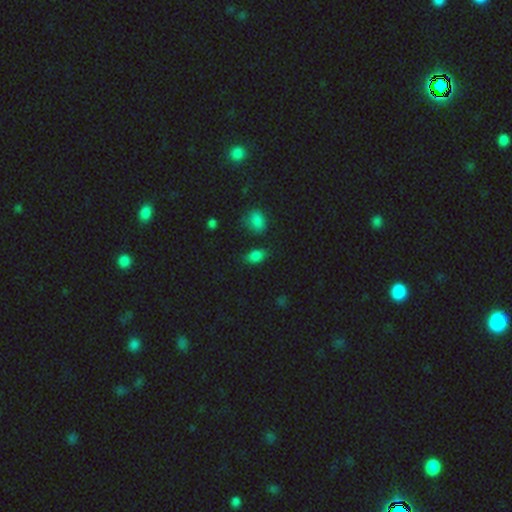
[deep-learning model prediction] This is likely a smooth galaxy (78%). How rounded: clearly in between (82%). Merging: likely none (69%).